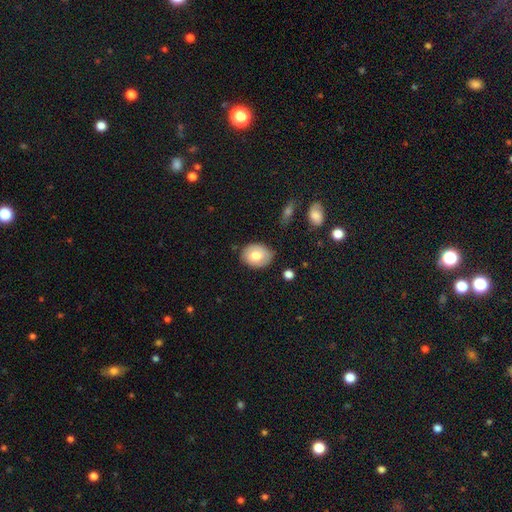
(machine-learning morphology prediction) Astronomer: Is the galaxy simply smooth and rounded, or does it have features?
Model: smooth — 73%.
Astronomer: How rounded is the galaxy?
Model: in between — 58% (runner-up: round, 41%).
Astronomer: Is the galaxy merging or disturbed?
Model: none — 80%.